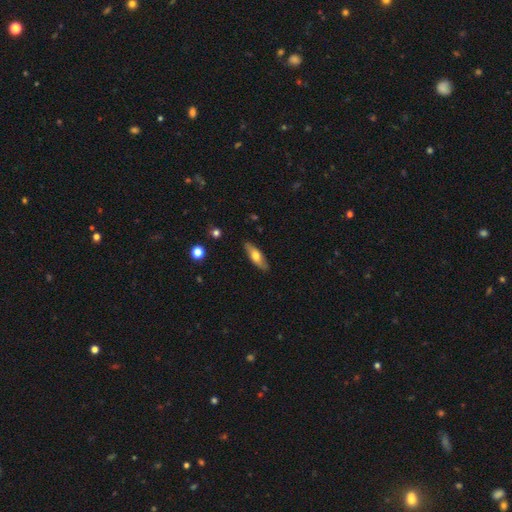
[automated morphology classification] type=smooth (59%); roundness=in between (54%); merging=none (86%).